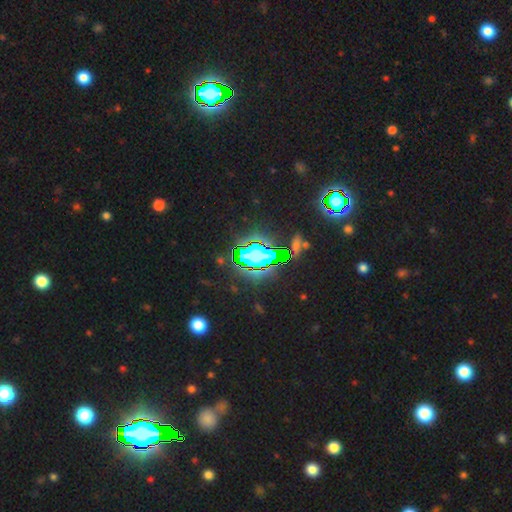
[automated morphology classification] Overall: star or artifact (70%).